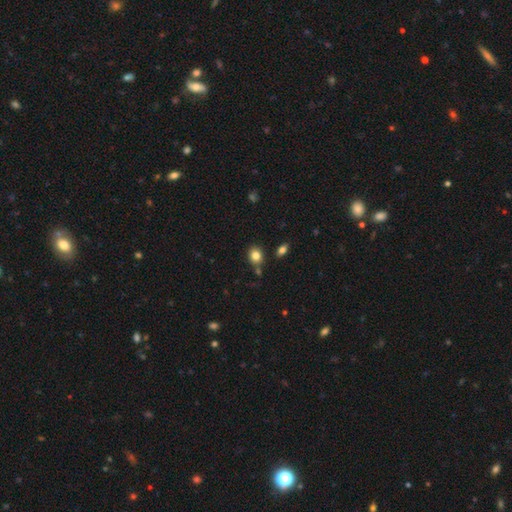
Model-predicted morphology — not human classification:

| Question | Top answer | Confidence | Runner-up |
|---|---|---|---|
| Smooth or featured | smooth | 83% | star or artifact (10%) |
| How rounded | round | 59% | in between (40%) |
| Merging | none | 76% | minor disturbance (13%) |